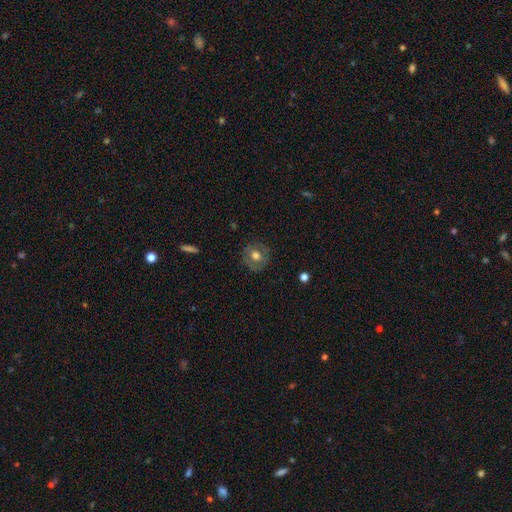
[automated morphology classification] Q: Smooth or featured?
A: smooth (52%); runner-up: featured or disk (40%)
Q: How rounded?
A: round (83%); runner-up: in between (16%)
Q: Merging?
A: none (81%); runner-up: minor disturbance (13%)